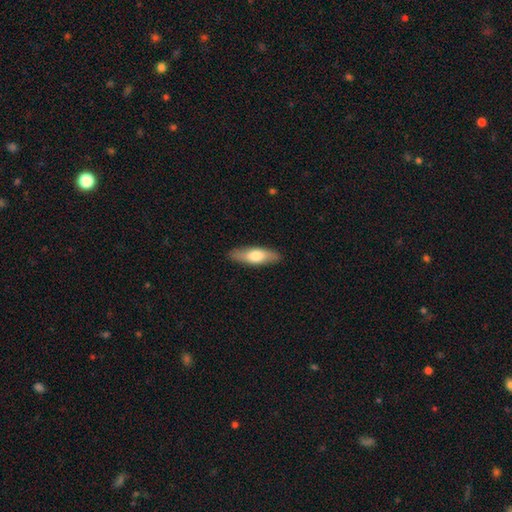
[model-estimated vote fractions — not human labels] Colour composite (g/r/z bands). It shows a smooth galaxy with no disk features (64%) that is in between round and cigar-shaped (52%). Merging: none (88%).